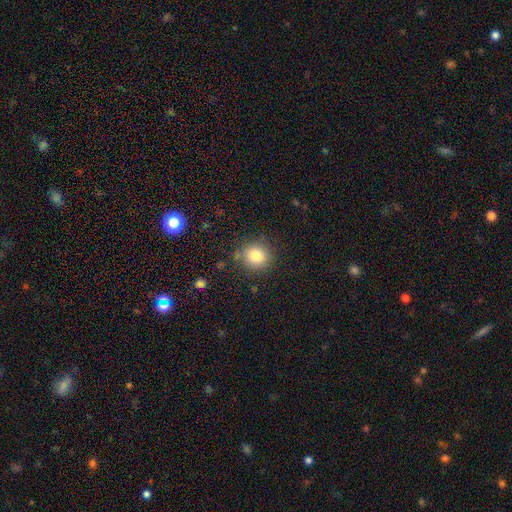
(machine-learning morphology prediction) smooth_or_featured: smooth (p=0.82) [alt: star or artifact p=0.11]
how_rounded: round (p=0.84) [alt: in between p=0.15]
merging: none (p=0.83) [alt: minor disturbance p=0.11]